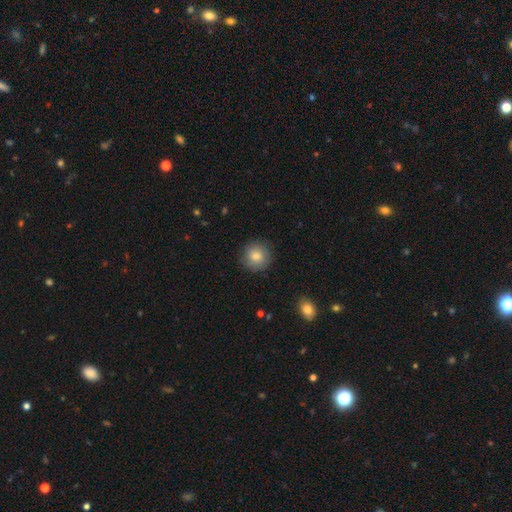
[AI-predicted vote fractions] Smooth or featured? smooth (81%)
How rounded? round (94%)
Merging? none (88%)